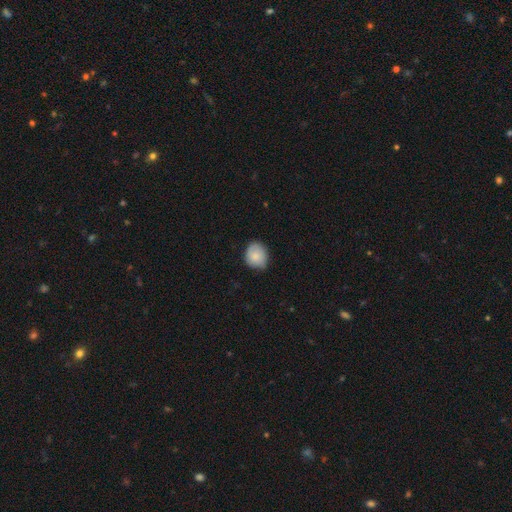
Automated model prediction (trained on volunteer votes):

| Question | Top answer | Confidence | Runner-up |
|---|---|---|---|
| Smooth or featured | smooth | 82% | featured or disk (11%) |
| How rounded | round | 67% | in between (32%) |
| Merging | none | 68% | minor disturbance (27%) |